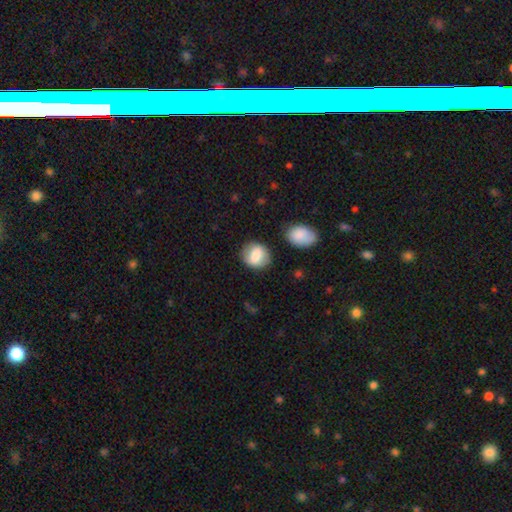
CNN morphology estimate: Smooth or featured? Predicted: smooth (p=0.74). How rounded? Predicted: round (p=0.67). Merging? Predicted: none (p=0.79).